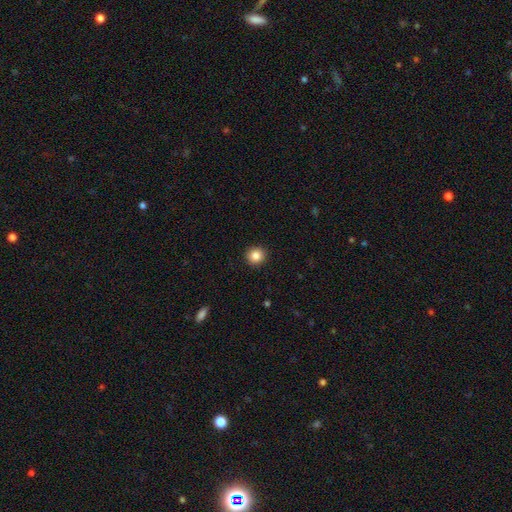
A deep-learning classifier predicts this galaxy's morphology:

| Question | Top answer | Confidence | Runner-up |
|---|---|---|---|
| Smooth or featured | smooth | 85% | star or artifact (10%) |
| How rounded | round | 90% | in between (9%) |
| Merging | none | 92% | minor disturbance (5%) |